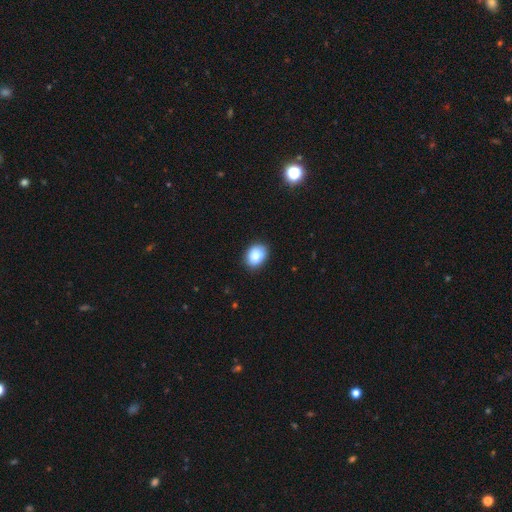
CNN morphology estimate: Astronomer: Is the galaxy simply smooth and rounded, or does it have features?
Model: smooth — 88%.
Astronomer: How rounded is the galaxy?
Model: in between — 66%.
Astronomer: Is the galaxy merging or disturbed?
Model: none — 84%.